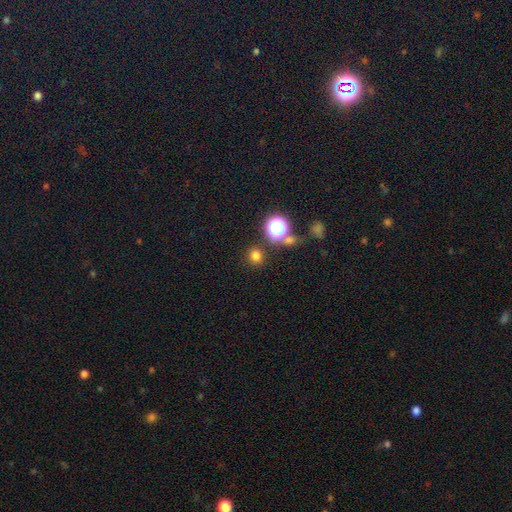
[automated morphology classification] smooth 75%, star or artifact 20%, featured or disk 5%. Down the decision tree: how rounded — round (85%); merging — none (84%).